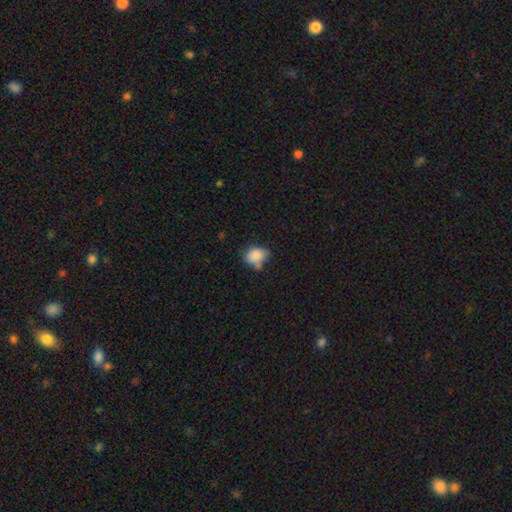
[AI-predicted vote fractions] This is clearly a smooth galaxy (82%). How rounded: likely in between (66%). Merging: marginally none (45%).